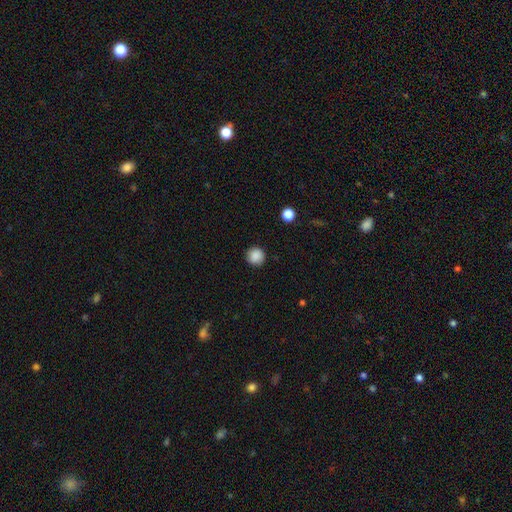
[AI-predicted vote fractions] Q: Smooth or featured?
A: smooth (88%); runner-up: star or artifact (9%)
Q: How rounded?
A: round (95%); runner-up: in between (4%)
Q: Merging?
A: none (90%); runner-up: minor disturbance (6%)